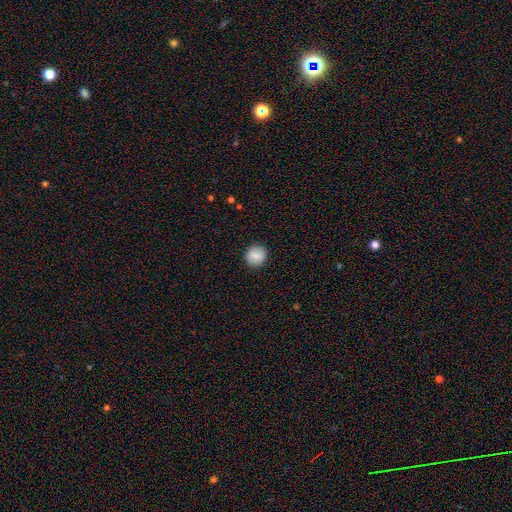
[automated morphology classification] Q: Smooth or featured?
A: smooth (82%); runner-up: featured or disk (11%)
Q: How rounded?
A: round (89%); runner-up: in between (10%)
Q: Merging?
A: none (89%); runner-up: minor disturbance (8%)